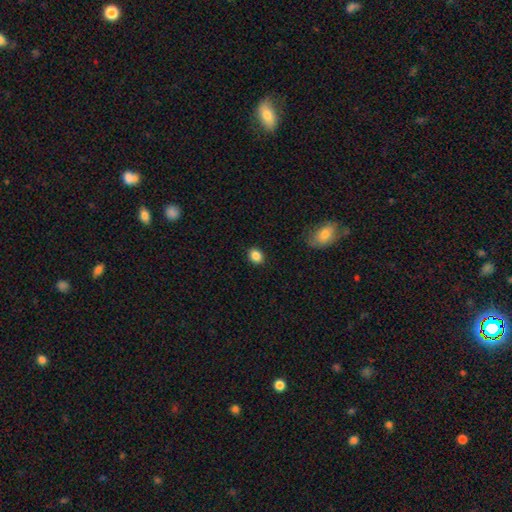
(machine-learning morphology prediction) type=smooth (86%); roundness=in between (55%); merging=none (88%).